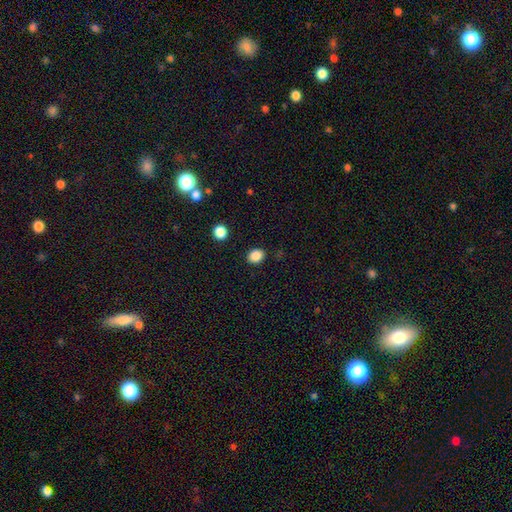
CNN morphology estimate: Smooth or featured? smooth (87%)
How rounded? in between (53%)
Merging? none (88%)